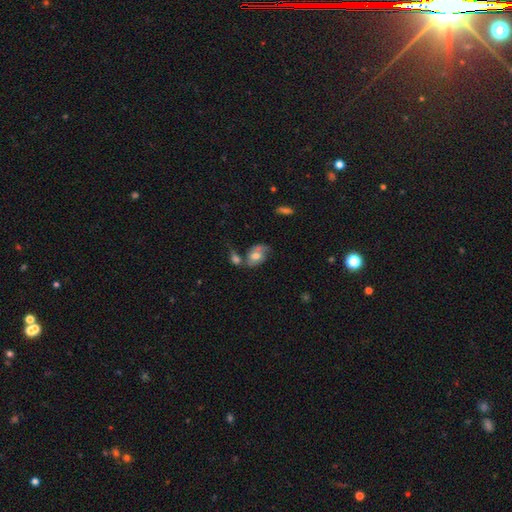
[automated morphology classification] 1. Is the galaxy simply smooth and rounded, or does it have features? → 54% featured or disk, 37% smooth, 8% star or artifact.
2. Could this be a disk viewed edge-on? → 96% no, 4% yes.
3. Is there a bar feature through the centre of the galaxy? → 62% no, 31% weak, 7% strong.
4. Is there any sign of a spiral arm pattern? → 80% yes, 20% no.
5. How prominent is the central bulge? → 64% moderate, 18% large, 13% small, 3% none, 2% dominant.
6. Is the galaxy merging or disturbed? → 34% none, 33% merger, 18% minor disturbance, 15% major disturbance.